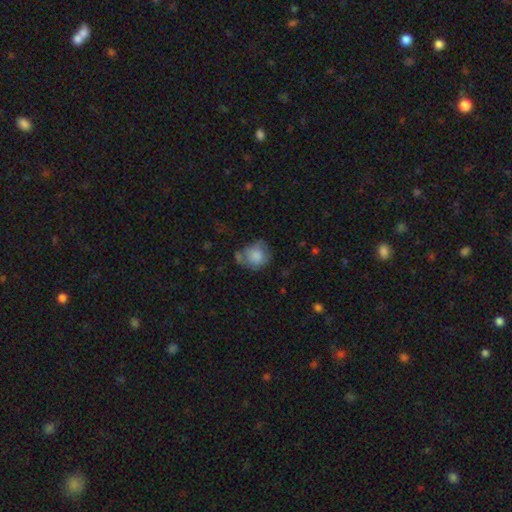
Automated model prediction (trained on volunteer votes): Morphology: type=smooth (76%); roundness=round (75%); merging=none (46%).